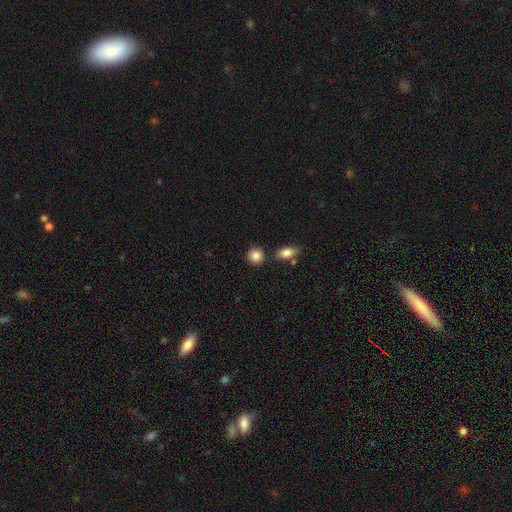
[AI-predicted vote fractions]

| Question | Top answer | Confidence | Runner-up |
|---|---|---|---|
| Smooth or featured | smooth | 86% | star or artifact (8%) |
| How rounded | round | 86% | in between (12%) |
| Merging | none | 81% | minor disturbance (9%) |